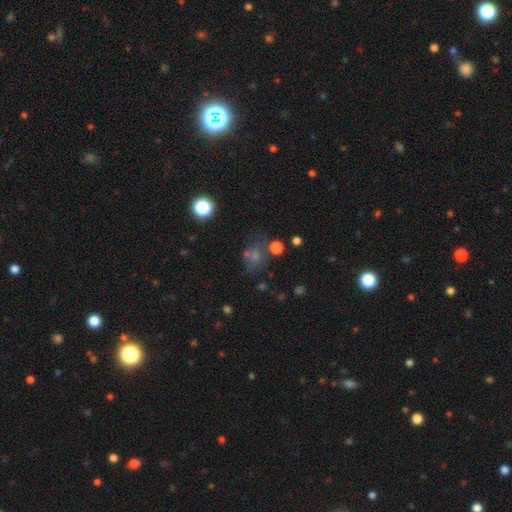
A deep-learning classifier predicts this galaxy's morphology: Smooth or featured: smooth — 46% (star or artifact — 39%)
Merging: none — 59% (minor disturbance — 16%)